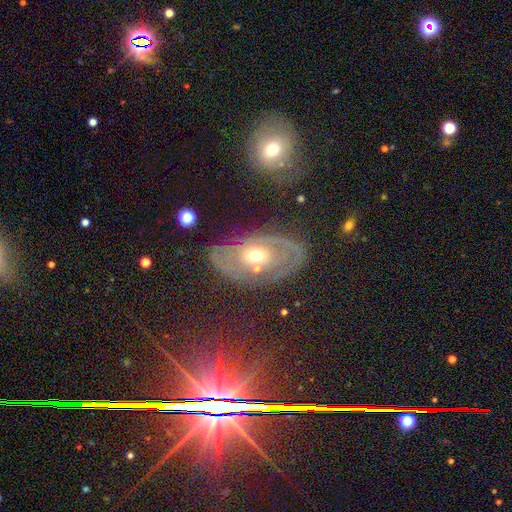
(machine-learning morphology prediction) Overall: featured or disk (62%; smooth 26%). Edge-on disk: no (91%). Bar: no (80%). Spiral arms: yes (53%; no 47%). Bulge size: moderate (69%). Merging: none (68%).